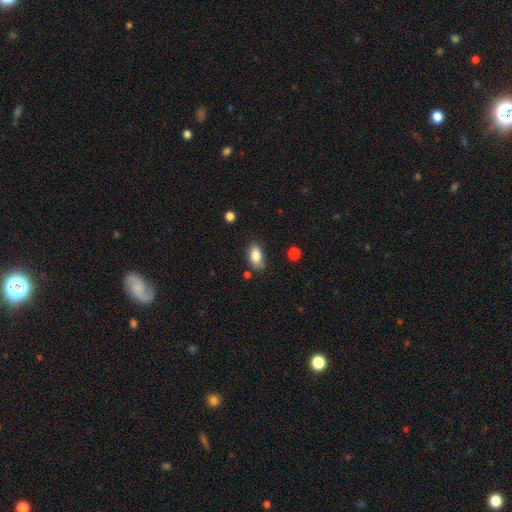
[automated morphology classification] Q: Smooth or featured?
A: smooth (83%); runner-up: featured or disk (9%)
Q: How rounded?
A: in between (90%); runner-up: round (5%)
Q: Merging?
A: none (69%); runner-up: minor disturbance (22%)